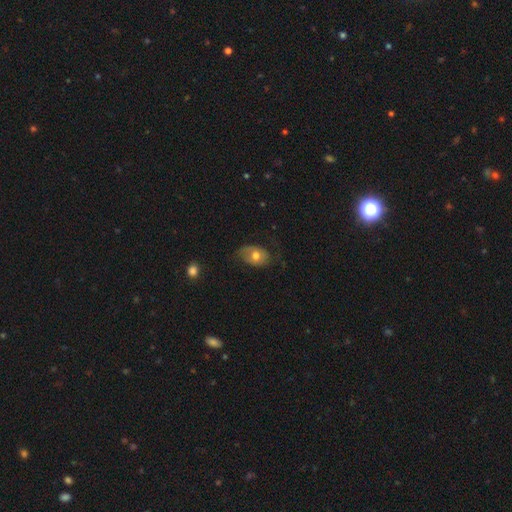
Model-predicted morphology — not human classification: Smooth or featured? Predicted: smooth (p=0.59). How rounded? Predicted: in between (p=0.79). Merging? Predicted: none (p=0.53).